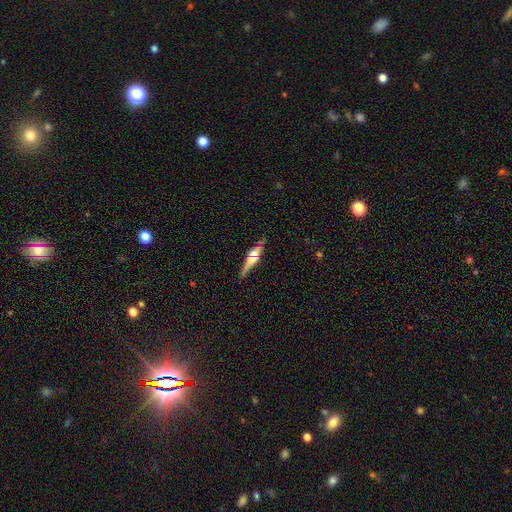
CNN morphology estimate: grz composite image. It shows a featured or disk galaxy (57%) viewed edge-on (94%) with a rounded central bulge (87%). Merging: none (86%).